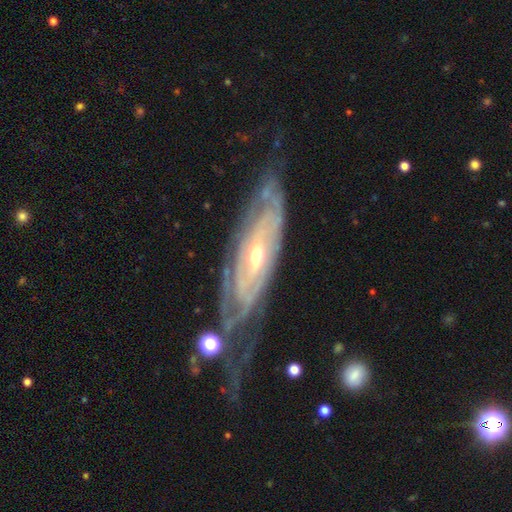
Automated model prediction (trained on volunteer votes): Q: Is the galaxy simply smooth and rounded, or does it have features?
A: featured or disk — 88%.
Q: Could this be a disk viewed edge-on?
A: no — 85%.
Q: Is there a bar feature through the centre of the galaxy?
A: no — 56%.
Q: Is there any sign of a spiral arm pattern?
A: yes — 93%.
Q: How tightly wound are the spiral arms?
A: tight — 76%.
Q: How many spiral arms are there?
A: can't tell — 47%.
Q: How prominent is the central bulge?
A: moderate — 48%, tied with small.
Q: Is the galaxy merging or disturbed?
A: none — 56%.